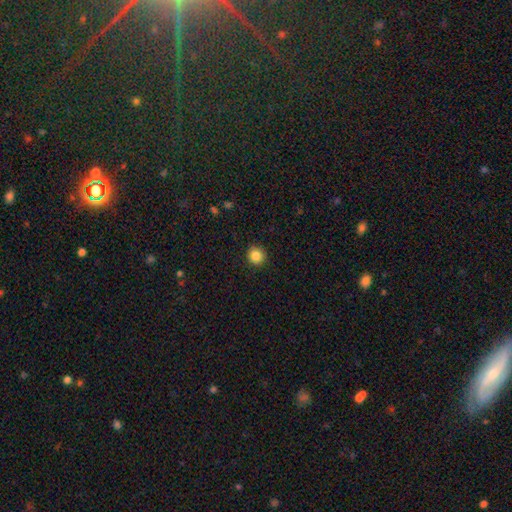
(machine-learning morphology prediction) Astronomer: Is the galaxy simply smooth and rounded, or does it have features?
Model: smooth — 85%.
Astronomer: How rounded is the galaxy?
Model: round — 92%.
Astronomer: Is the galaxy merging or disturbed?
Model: none — 92%.